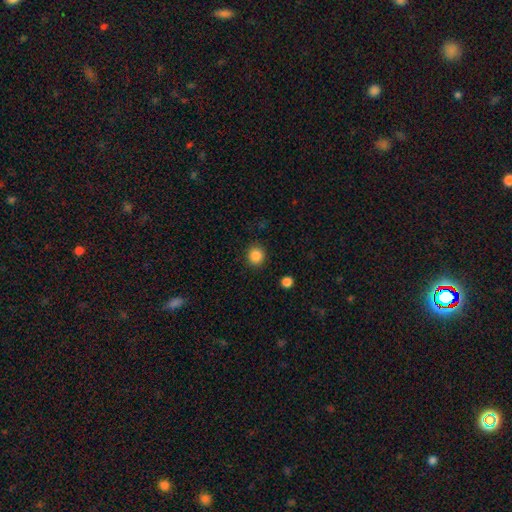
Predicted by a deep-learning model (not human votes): Smooth or featured: smooth — 87% (star or artifact — 10%)
How rounded: round — 88% (in between — 11%)
Merging: none — 90% (minor disturbance — 6%)